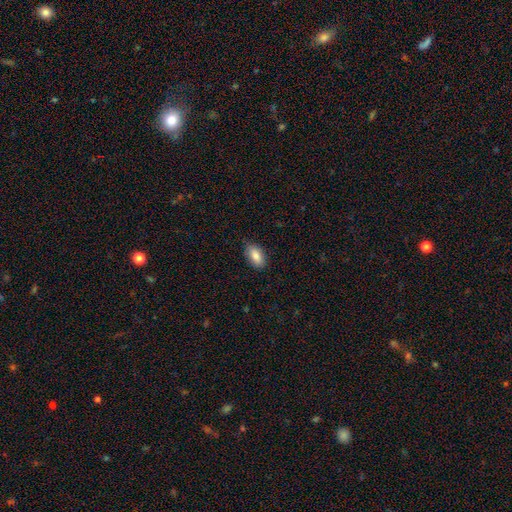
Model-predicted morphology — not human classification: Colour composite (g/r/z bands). It shows a smooth galaxy with no disk features (85%) that is in between round and cigar-shaped (92%). Merging: none (80%).